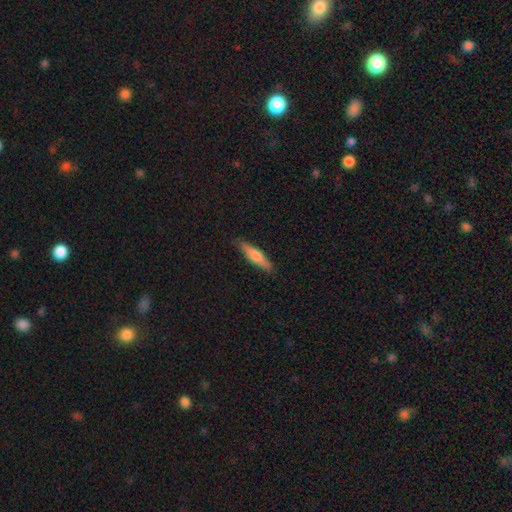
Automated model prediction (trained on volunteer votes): smooth-or-featured: smooth: 59% | featured or disk: 36% | star or artifact: 6%
  how-rounded: cigar-shaped: 79% | in between: 19% | round: 2%
  merging: none: 87% | minor disturbance: 10% | major disturbance: 2% | merger: 1%